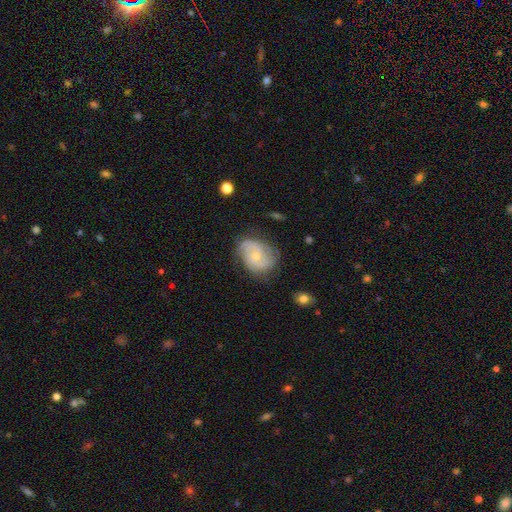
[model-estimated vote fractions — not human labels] The model was most divided on "spiral winding": tight: 45%, medium: 40%, loose: 15%. Remaining: edge-on disk — no (97%); spiral arms — yes (92%); smooth or featured — featured or disk (76%); bar — no (73%); merging — none (67%); bulge size — small (66%); spiral arm count — 2 (48%).